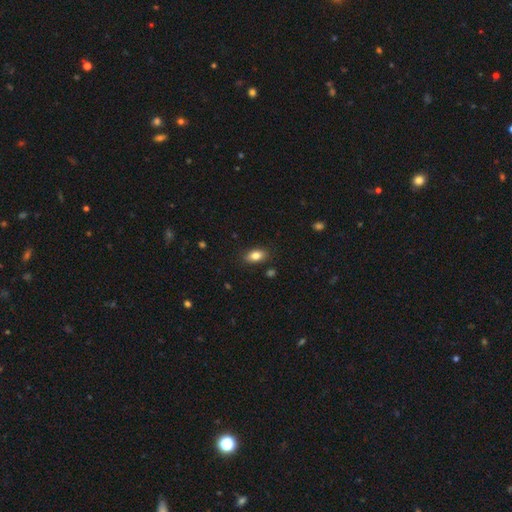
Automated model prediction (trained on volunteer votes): smooth_or_featured: smooth (p=0.83) [alt: featured or disk p=0.09]
how_rounded: in between (p=0.88) [alt: round p=0.09]
merging: none (p=0.86) [alt: minor disturbance p=0.10]